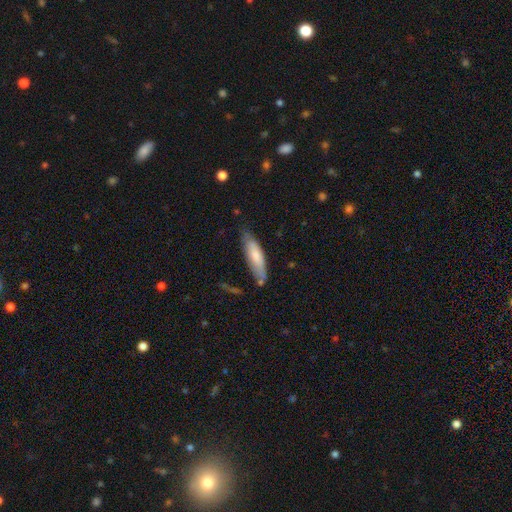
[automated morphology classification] smooth_or_featured: smooth (p=0.72) [alt: featured or disk p=0.22]
how_rounded: cigar-shaped (p=0.63) [alt: in between p=0.36]
merging: none (p=0.66) [alt: minor disturbance p=0.23]